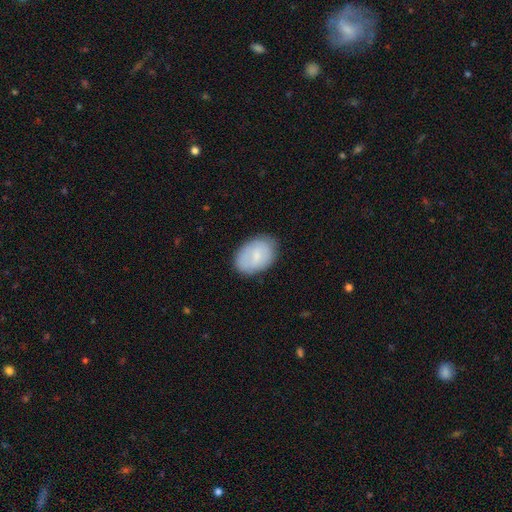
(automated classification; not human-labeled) Q: Smooth or featured?
A: smooth (69%); runner-up: featured or disk (25%)
Q: How rounded?
A: in between (85%); runner-up: round (14%)
Q: Merging?
A: none (77%); runner-up: minor disturbance (18%)